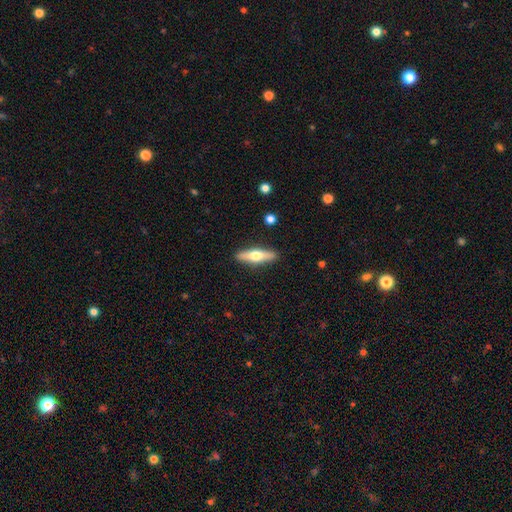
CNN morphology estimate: This appears to be a featured or disk galaxy (48%). Merging: none (90%).